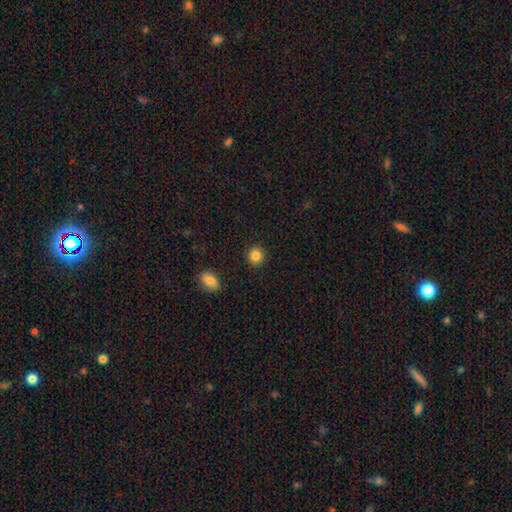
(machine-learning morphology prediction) smooth_or_featured: smooth (p=0.86) [alt: star or artifact p=0.10]
how_rounded: round (p=0.90) [alt: in between p=0.09]
merging: none (p=0.92) [alt: minor disturbance p=0.05]